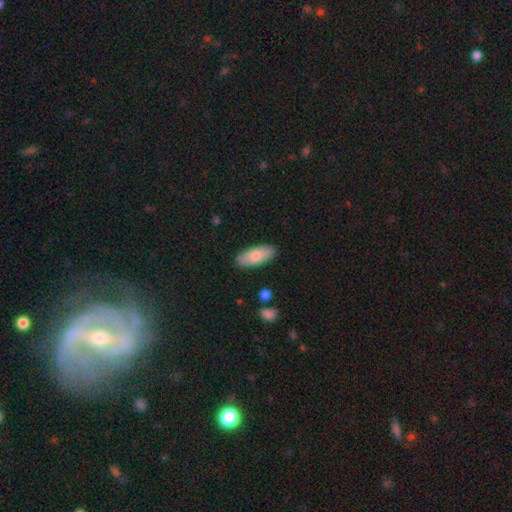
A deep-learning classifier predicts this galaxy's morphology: This is likely a smooth galaxy (79%). How rounded: clearly in between (85%). Merging: clearly none (87%).